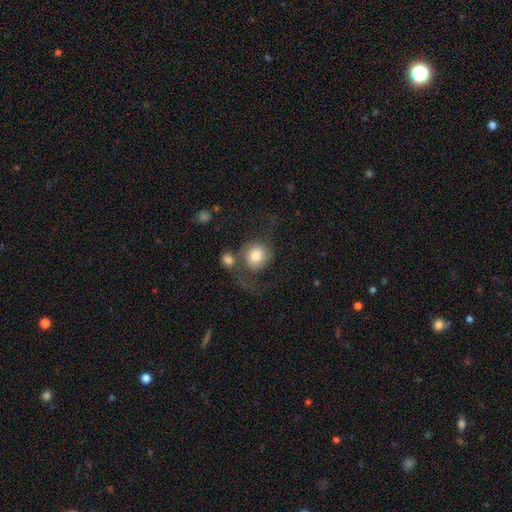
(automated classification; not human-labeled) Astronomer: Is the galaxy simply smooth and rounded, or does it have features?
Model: smooth — 67%.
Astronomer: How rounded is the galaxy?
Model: round — 79%.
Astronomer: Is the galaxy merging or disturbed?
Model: none — 36% (runner-up: major disturbance, 24%).